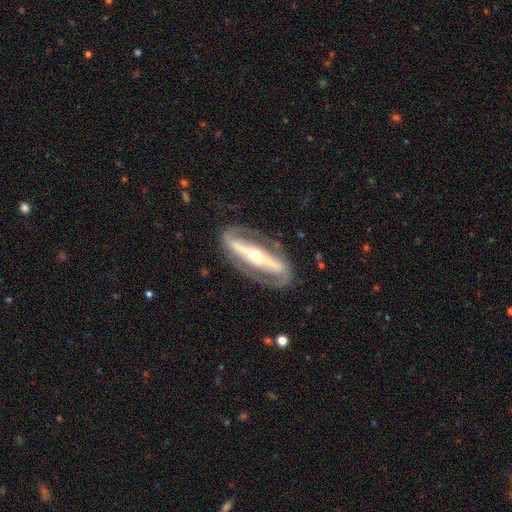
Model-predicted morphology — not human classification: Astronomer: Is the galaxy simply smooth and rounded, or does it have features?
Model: featured or disk — 87%.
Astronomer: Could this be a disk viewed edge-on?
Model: no — 77%.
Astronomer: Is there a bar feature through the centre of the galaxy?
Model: strong — 80%.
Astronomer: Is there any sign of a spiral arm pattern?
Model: yes — 77%.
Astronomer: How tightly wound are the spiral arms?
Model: medium — 41% (runner-up: tight, 37%).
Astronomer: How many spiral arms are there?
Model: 2 — 88%.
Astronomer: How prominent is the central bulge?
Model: moderate — 57% (runner-up: small, 35%).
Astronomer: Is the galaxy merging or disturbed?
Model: none — 81%.